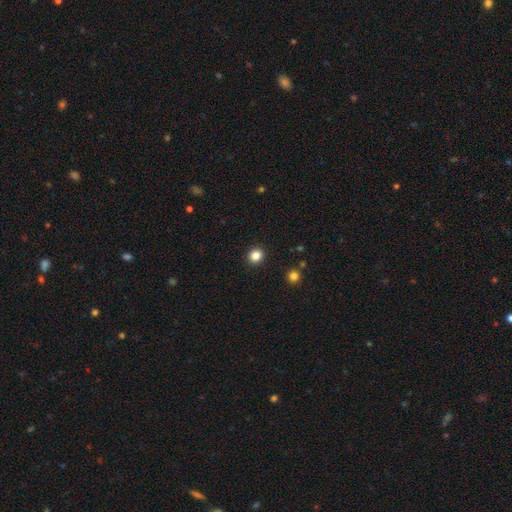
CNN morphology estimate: Smooth or featured: smooth — 84% (star or artifact — 12%)
How rounded: round — 86% (in between — 13%)
Merging: none — 92% (minor disturbance — 5%)